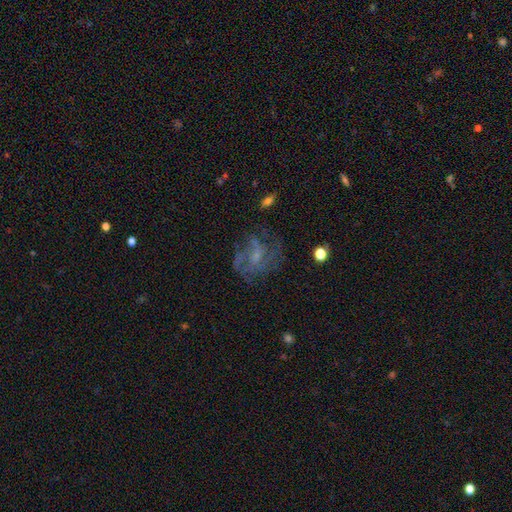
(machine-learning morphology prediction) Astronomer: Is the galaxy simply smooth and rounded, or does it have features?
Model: featured or disk — 67%.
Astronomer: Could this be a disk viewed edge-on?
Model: no — 97%.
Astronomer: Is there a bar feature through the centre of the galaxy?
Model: no — 57% (runner-up: weak, 37%).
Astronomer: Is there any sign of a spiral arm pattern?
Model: yes — 77%.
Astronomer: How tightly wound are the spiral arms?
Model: medium — 46% (runner-up: tight, 29%).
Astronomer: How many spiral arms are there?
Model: can't tell — 38% (runner-up: 3, 21%).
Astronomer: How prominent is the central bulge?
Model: small — 56%.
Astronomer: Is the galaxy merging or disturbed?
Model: none — 58%.